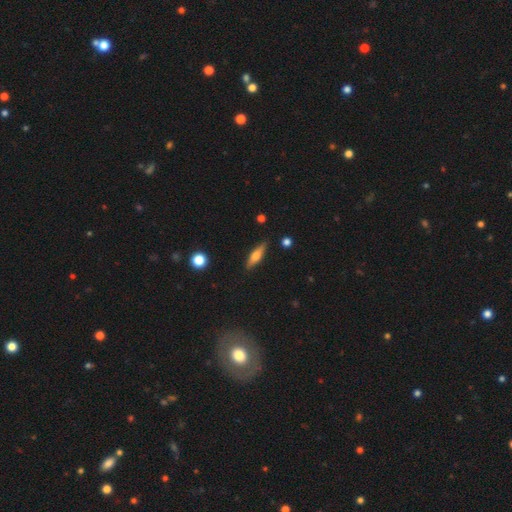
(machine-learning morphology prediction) smooth-or-featured: smooth: 48% | featured or disk: 45% | star or artifact: 7%
  merging: none: 87% | minor disturbance: 10% | major disturbance: 2% | merger: 2%